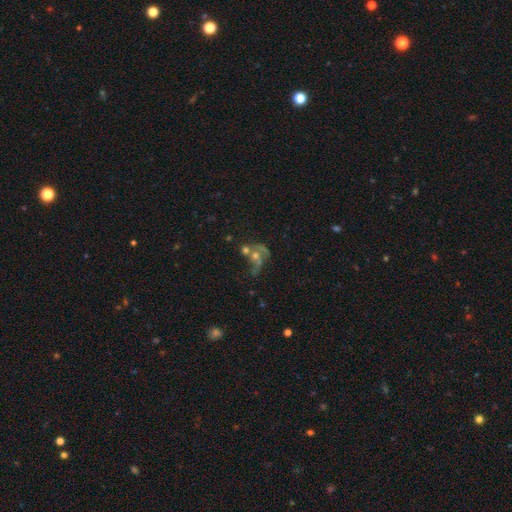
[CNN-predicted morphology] A featured or disk galaxy (53%) with no bar (81%), spiral arms (54%) and a moderate central bulge (47%). Merging: merger (38%).